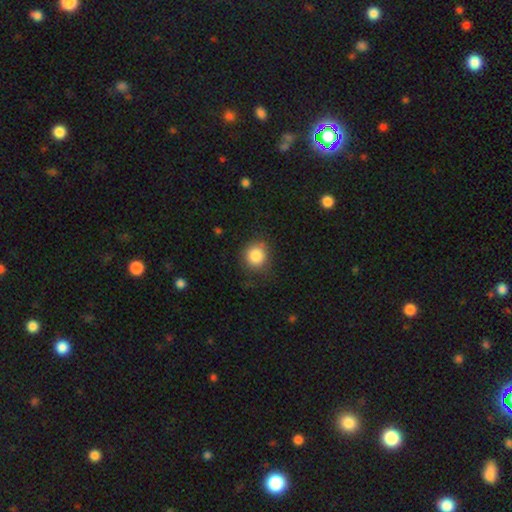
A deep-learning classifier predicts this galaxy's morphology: Smooth or featured? Predicted: smooth (p=0.85). How rounded? Predicted: round (p=0.86). Merging? Predicted: none (p=0.77).